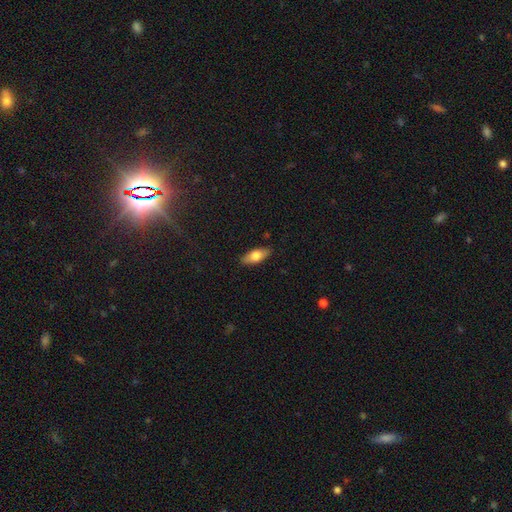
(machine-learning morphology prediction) The model was most divided on "smooth or featured": smooth: 68%, featured or disk: 26%, star or artifact: 6%. More confident: merging — none (88%); how rounded — in between (77%).